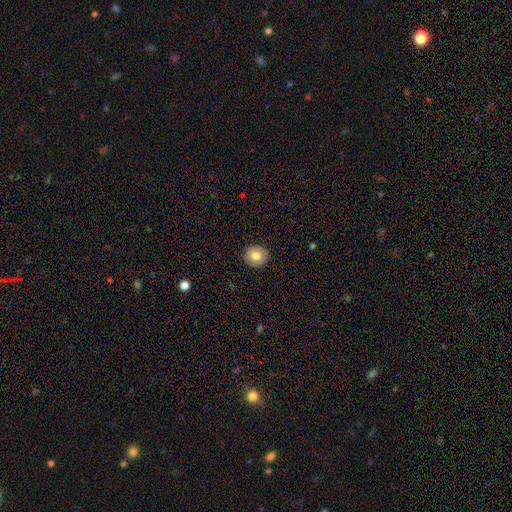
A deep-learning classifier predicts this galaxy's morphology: A smooth galaxy with no disk features (77%) that is round (90%). Merging: none (91%).